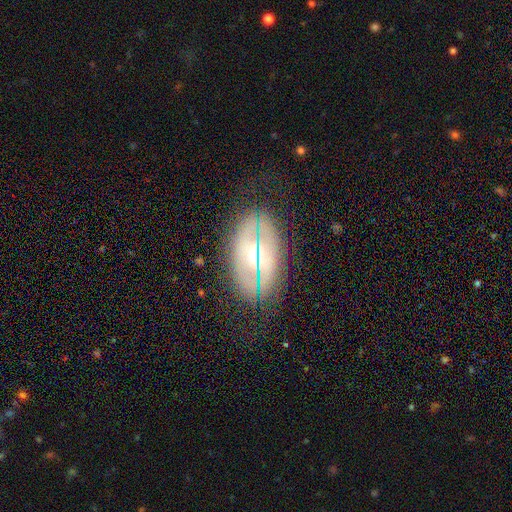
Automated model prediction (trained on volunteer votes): featured or disk 55%, smooth 33%, star or artifact 12%. Down the decision tree: edge-on disk — no (76%); merging — none (76%).